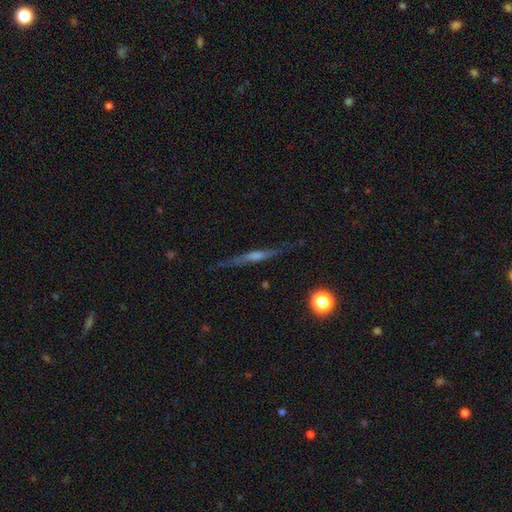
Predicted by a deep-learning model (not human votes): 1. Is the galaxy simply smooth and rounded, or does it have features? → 63% featured or disk, 27% smooth, 10% star or artifact.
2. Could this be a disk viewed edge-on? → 94% yes, 6% no.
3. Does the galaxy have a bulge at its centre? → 41% none, 40% rounded, 19% boxy.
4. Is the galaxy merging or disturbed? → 82% none, 13% minor disturbance, 4% major disturbance, 2% merger.